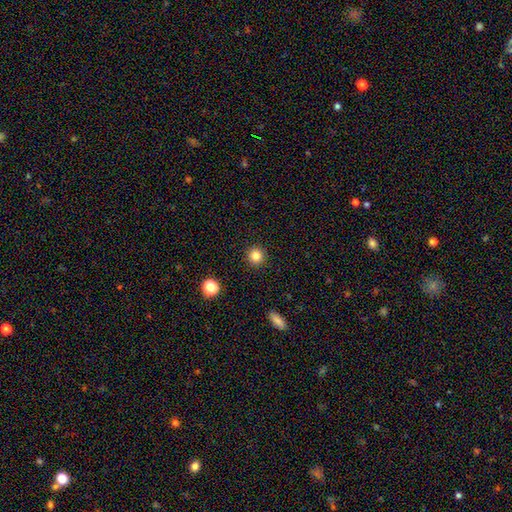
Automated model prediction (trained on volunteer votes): Overall: smooth (83%). How rounded: round (95%). Merging: none (93%).